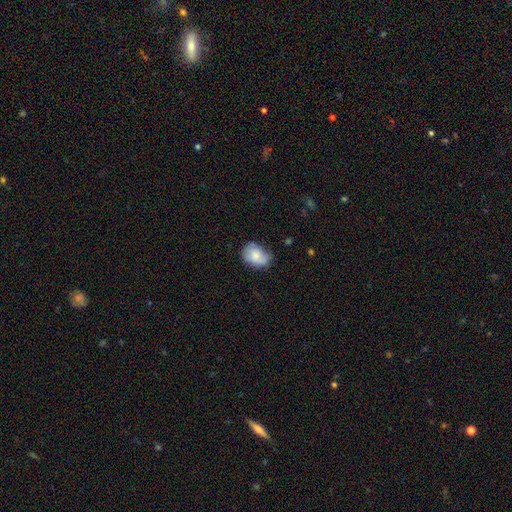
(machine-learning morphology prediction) This appears to be a smooth galaxy with no disk features (72%) that is in between round and cigar-shaped (67%). Merging: none (46%).